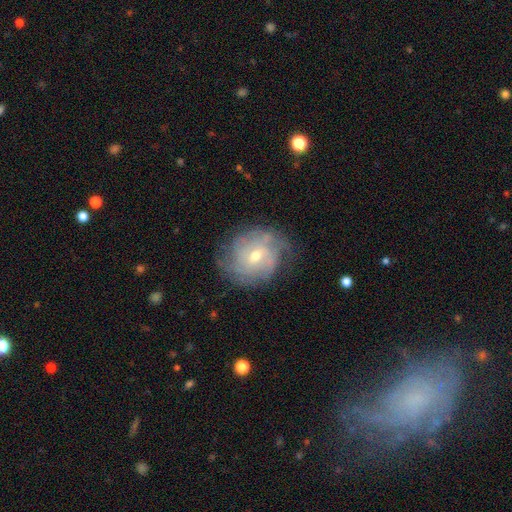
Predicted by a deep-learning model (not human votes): Overall: featured or disk (74%). Edge-on disk: no (97%). Bar: no (58%; weak 35%). Spiral arms: yes (88%). Spiral arm count: can't tell (47%; 2 17%). Spiral winding: tight (60%; medium 28%). Bulge size: moderate (51%; small 45%). Merging: none (71%).